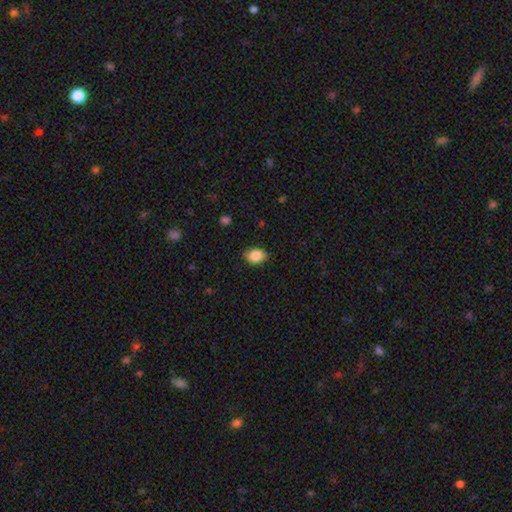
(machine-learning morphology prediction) This appears to be a smooth galaxy with no disk features (87%) that is in between round and cigar-shaped (72%). Merging: none (86%).